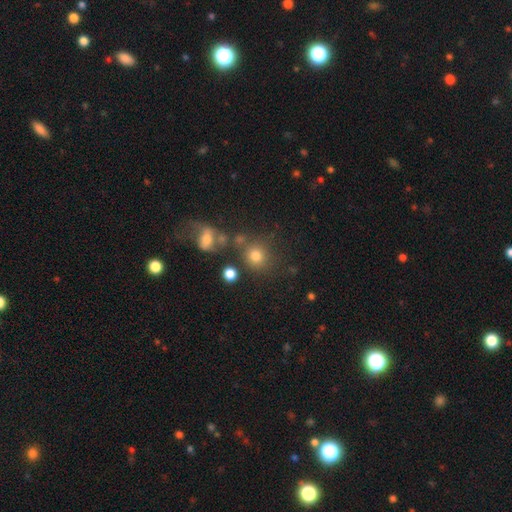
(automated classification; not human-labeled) smooth-or-featured: smooth: 73% | star or artifact: 17% | featured or disk: 10%
  how-rounded: round: 85% | in between: 14% | cigar-shaped: 1%
  merging: none: 64% | merger: 16% | minor disturbance: 12% | major disturbance: 8%